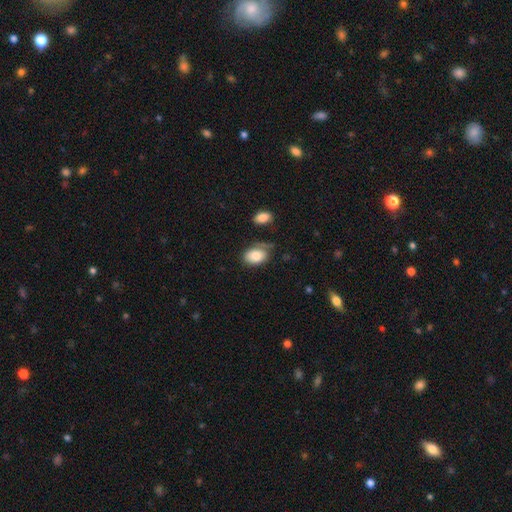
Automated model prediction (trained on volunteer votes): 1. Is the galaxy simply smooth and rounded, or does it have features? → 80% smooth, 12% featured or disk, 7% star or artifact.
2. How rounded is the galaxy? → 84% in between, 15% round, 1% cigar-shaped.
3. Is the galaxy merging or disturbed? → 52% none, 29% minor disturbance, 11% major disturbance, 8% merger.